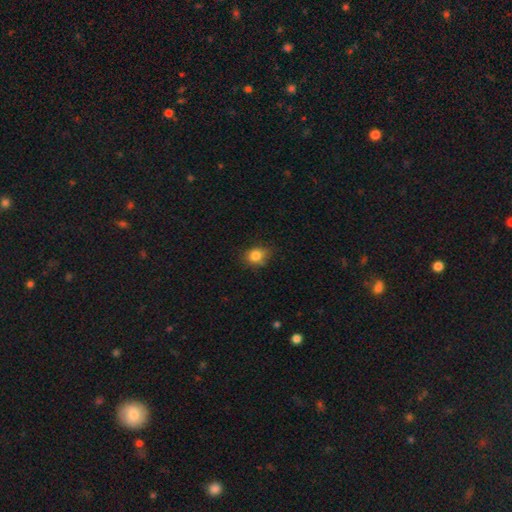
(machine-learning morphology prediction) smooth_or_featured: smooth (p=0.82) [alt: star or artifact p=0.10]
how_rounded: round (p=0.57) [alt: in between p=0.42]
merging: none (p=0.68) [alt: minor disturbance p=0.25]